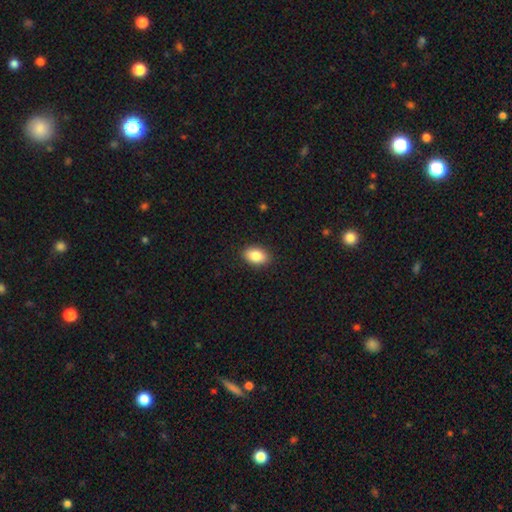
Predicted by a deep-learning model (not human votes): This appears to be a smooth galaxy with no disk features (88%) that is in between round and cigar-shaped (90%). Merging: none (89%).